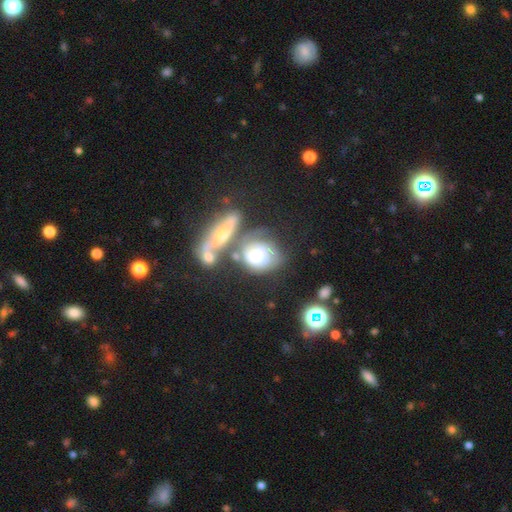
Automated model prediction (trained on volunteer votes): A featured or disk galaxy (64%) with no bar (77%), spiral arms (73%) and a moderate central bulge (68%).

Vote fractions:
- Smooth or featured? featured or disk: 64% / smooth: 29% / star or artifact: 7%
- Edge-on disk? no: 92% / yes: 8%
- Bar? no: 77% / weak: 18% / strong: 6%
- Spiral arms? yes: 73% / no: 27%
- Bulge size? moderate: 68% / large: 18% / small: 11% / dominant: 2% / none: 2%
- Merging? merger: 41% / none: 30% / minor disturbance: 15% / major disturbance: 14%